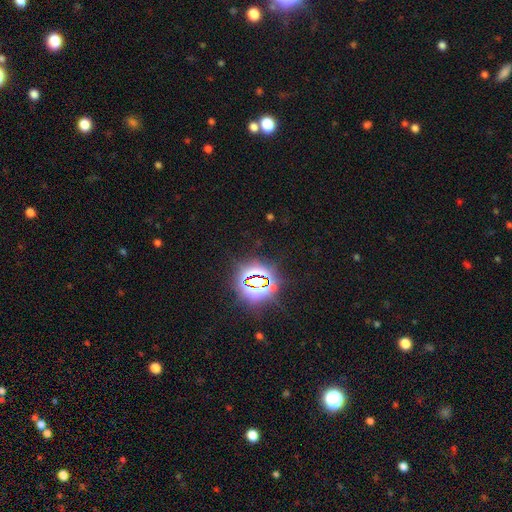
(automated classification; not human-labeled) Smooth or featured? star or artifact (82%)